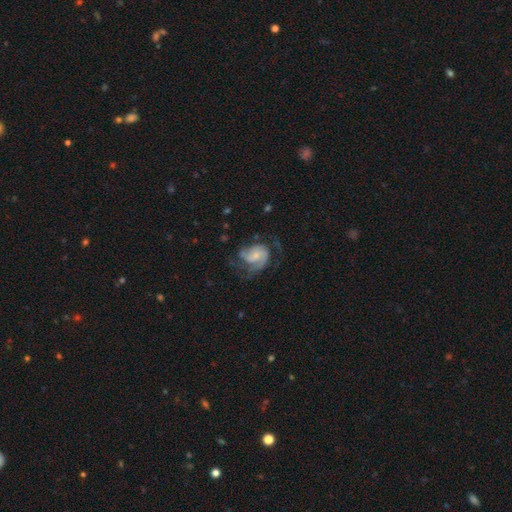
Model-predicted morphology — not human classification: The model was most divided on "spiral winding": medium: 46%, tight: 30%, loose: 24%. Remaining: edge-on disk — no (98%); spiral arms — yes (91%); smooth or featured — featured or disk (74%); bar — no (59%); bulge size — small (59%); spiral arm count — 2 (50%); merging — none (46%).